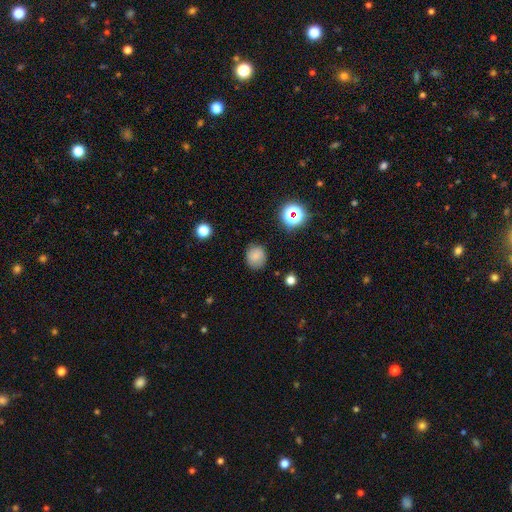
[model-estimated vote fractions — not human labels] Smooth or featured? smooth (78%)
How rounded? round (81%)
Merging? none (82%)